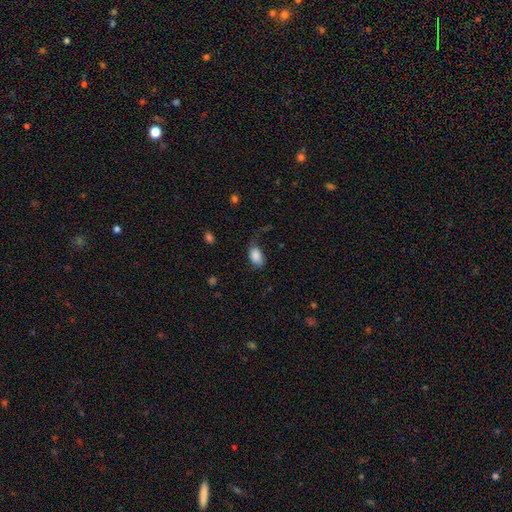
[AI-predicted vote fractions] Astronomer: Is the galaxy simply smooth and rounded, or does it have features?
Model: smooth — 87%.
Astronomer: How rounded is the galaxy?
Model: in between — 92%.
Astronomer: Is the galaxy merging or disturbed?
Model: none — 56%.